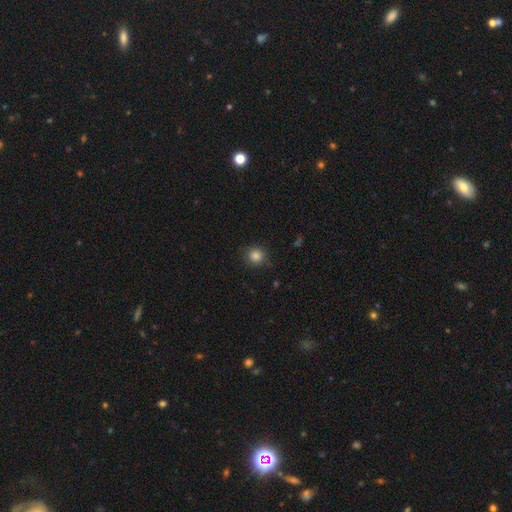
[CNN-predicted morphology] type=smooth (85%); roundness=round (91%); merging=none (87%).